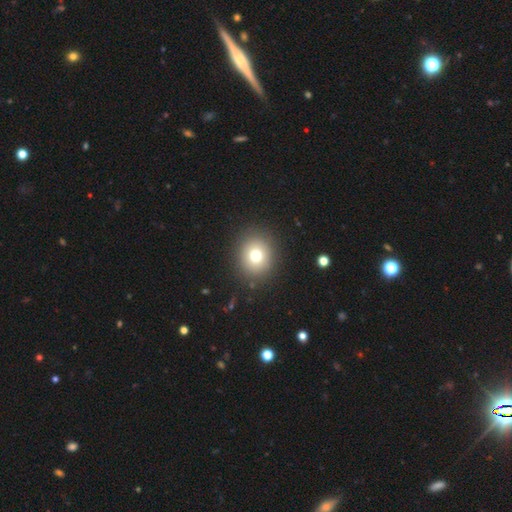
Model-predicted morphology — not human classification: Smooth or featured: smooth — 75% (star or artifact — 13%)
How rounded: round — 79% (in between — 20%)
Merging: none — 89% (minor disturbance — 7%)